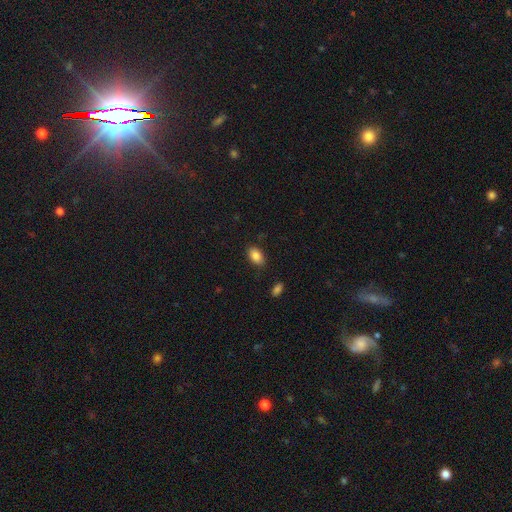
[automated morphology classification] The model was most divided on "merging": none: 86%, minor disturbance: 11%, major disturbance: 3%, merger: 1%. More confident: how rounded — in between (90%); smooth or featured — smooth (86%).